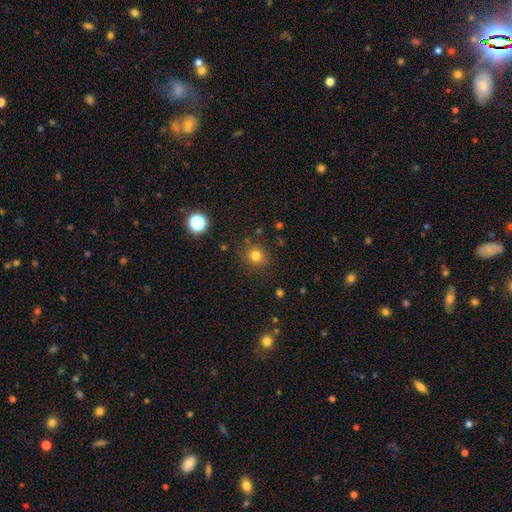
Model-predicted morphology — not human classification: A smooth galaxy with no disk features (78%) that is round (84%). Merging: none (83%).